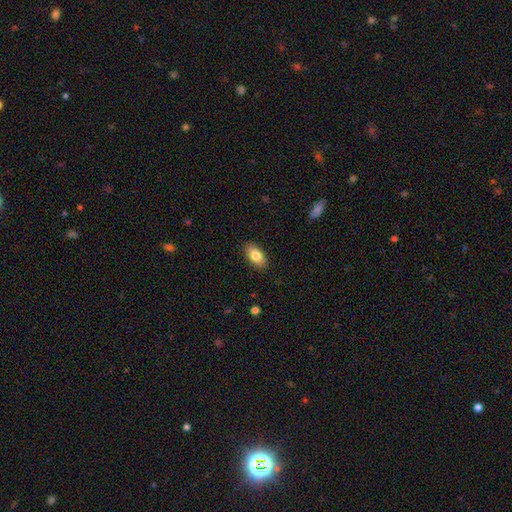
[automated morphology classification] The model was most divided on "smooth or featured": smooth: 83%, featured or disk: 10%, star or artifact: 7%. More confident: how rounded — in between (92%); merging — none (88%).